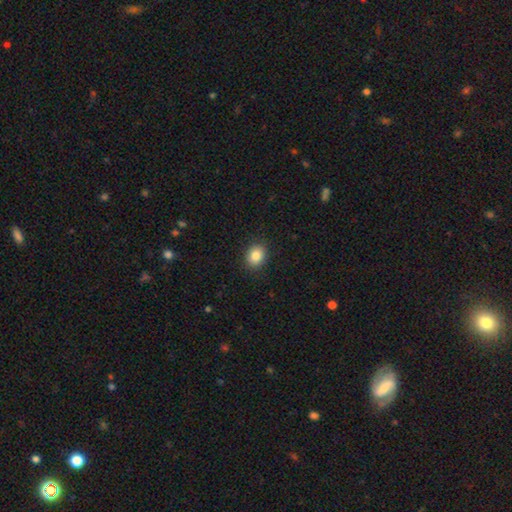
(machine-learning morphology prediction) This appears to be a smooth galaxy with no disk features (85%) that is in between round and cigar-shaped (53%). Merging: none (89%).